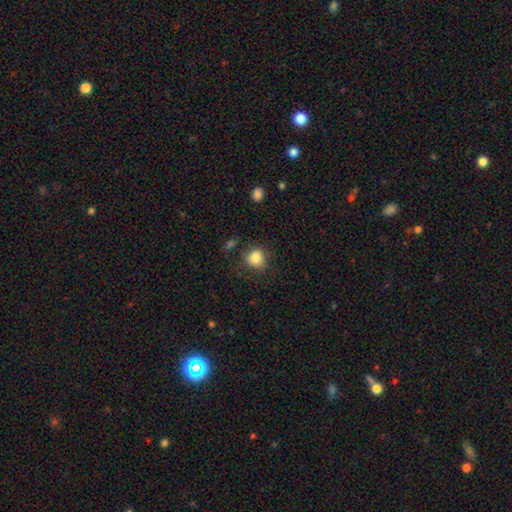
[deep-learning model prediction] Smooth or featured? smooth (85%)
How rounded? round (72%)
Merging? none (74%)